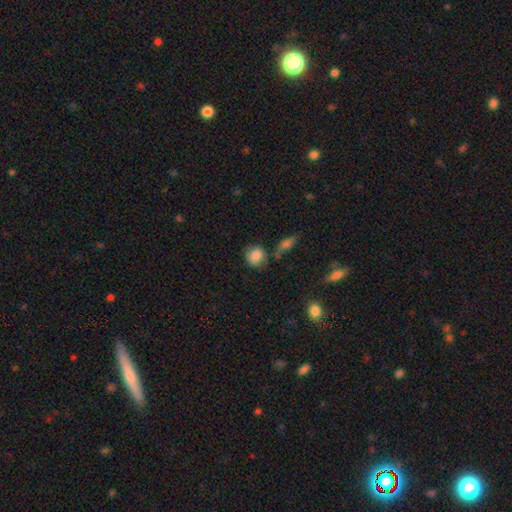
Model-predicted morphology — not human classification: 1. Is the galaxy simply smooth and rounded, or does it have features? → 85% smooth, 8% star or artifact, 7% featured or disk.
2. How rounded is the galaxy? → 82% round, 16% in between, 2% cigar-shaped.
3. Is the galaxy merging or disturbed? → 71% none, 16% minor disturbance, 9% merger, 4% major disturbance.